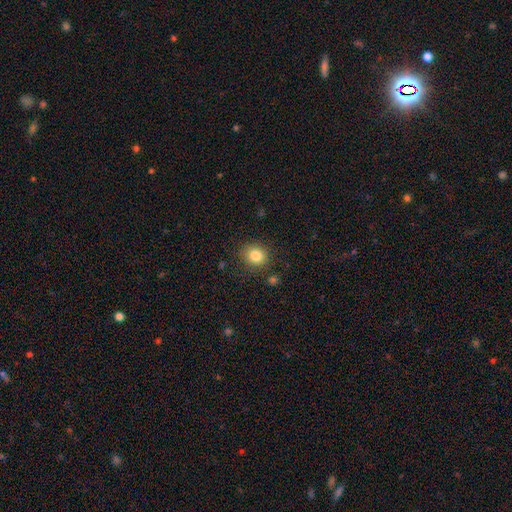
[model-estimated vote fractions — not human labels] Overall: smooth (83%). How rounded: round (77%). Merging: none (85%).